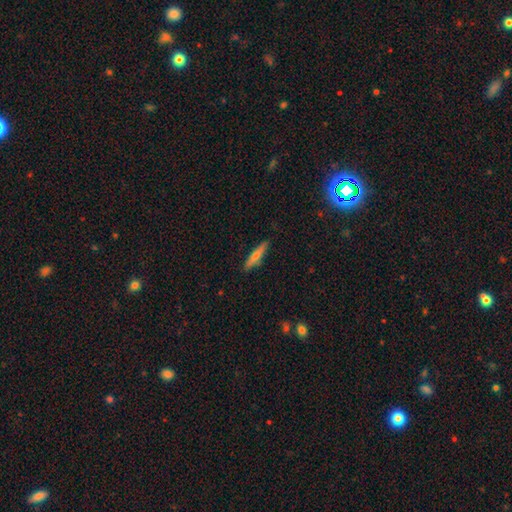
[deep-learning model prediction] A smooth galaxy with no disk features (50%). Merging: none (89%).